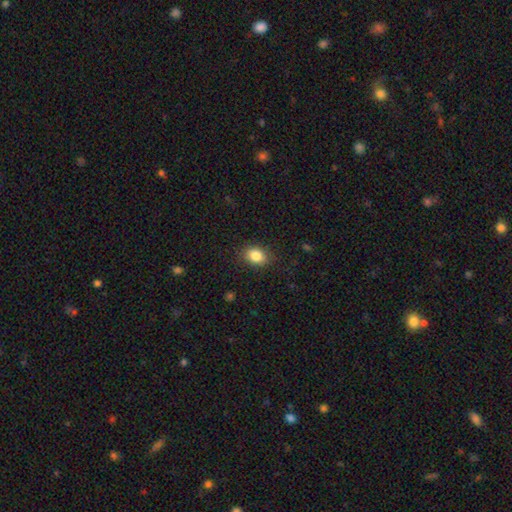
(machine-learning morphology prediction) A smooth galaxy with no disk features (85%) that is in between round and cigar-shaped (71%).

Vote fractions:
- Smooth or featured? smooth: 85% / star or artifact: 9% / featured or disk: 6%
- How rounded? in between: 71% / round: 28% / cigar-shaped: 1%
- Merging? none: 86% / minor disturbance: 10% / major disturbance: 3% / merger: 1%